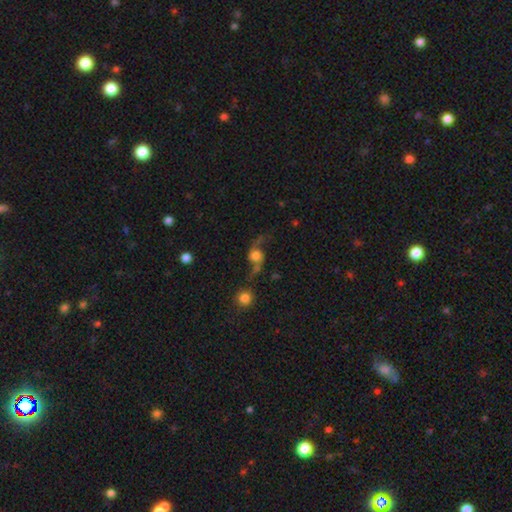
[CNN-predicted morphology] type=featured or disk (61%); edge-on=no (92%); bar=no (75%); spiral arms=yes (89%); bulge=large (41%); merging=none (47%).